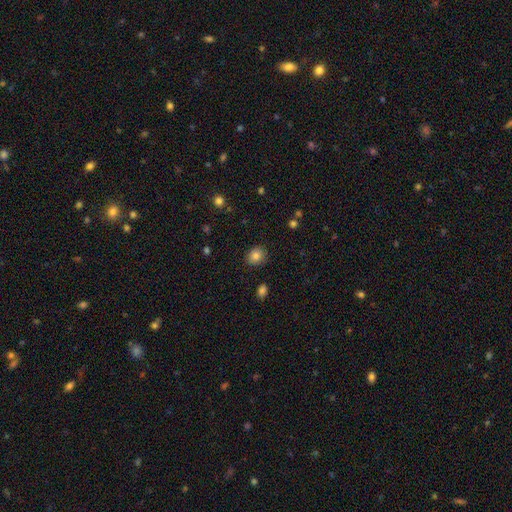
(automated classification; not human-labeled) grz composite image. It shows a smooth galaxy with no disk features (83%) that is round (67%). Merging: none (87%).